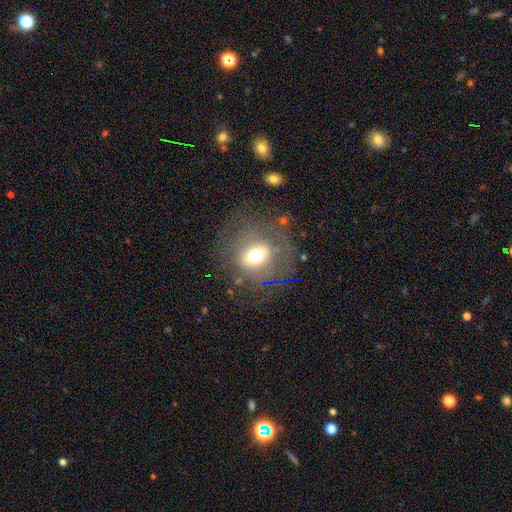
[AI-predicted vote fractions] Smooth or featured: smooth — 45% (featured or disk — 40%)
Merging: none — 64% (minor disturbance — 17%)